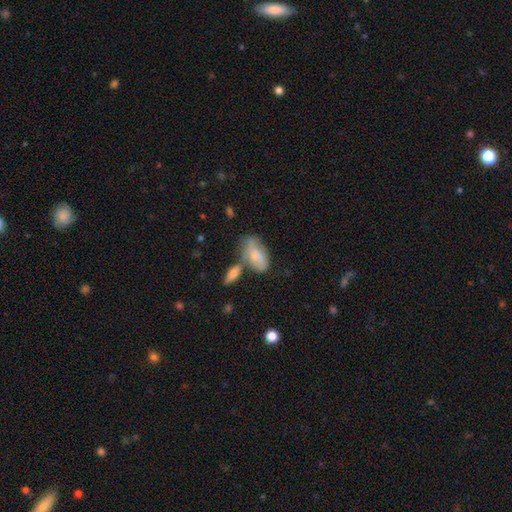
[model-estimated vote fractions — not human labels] A smooth galaxy with no disk features (73%) that is in between round and cigar-shaped (92%). Merging: none (37%).